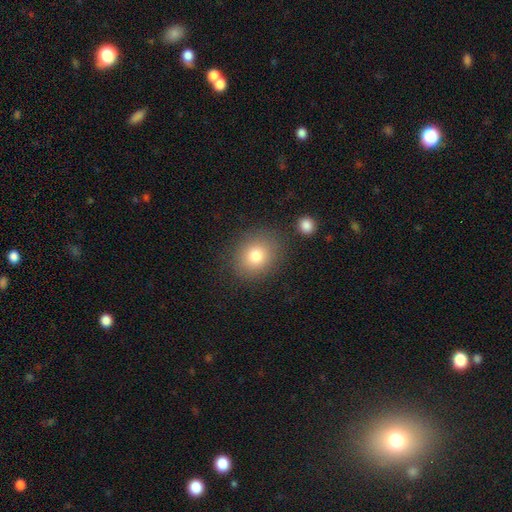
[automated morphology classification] Smooth or featured? Predicted: smooth (p=0.79). How rounded? Predicted: round (p=0.66). Merging? Predicted: none (p=0.82).